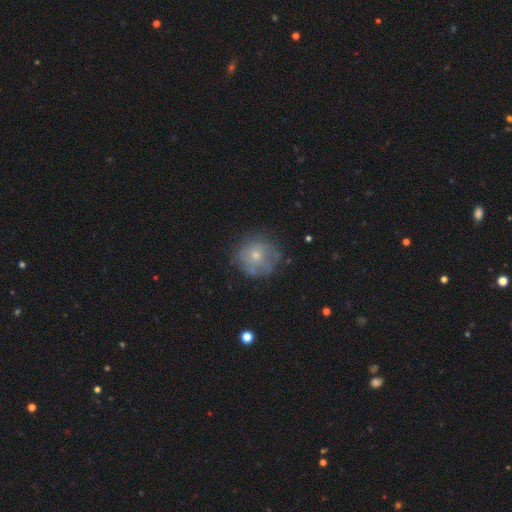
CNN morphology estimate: The model was most divided on "smooth or featured": smooth: 54%, featured or disk: 36%, star or artifact: 10%. More confident: how rounded — round (91%); merging — none (70%).